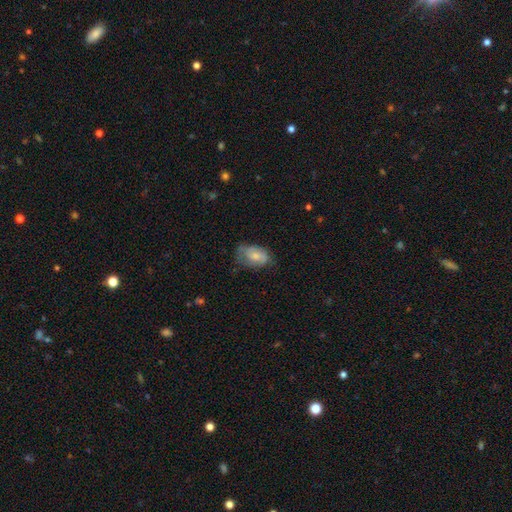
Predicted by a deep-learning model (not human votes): smooth_or_featured: smooth (p=0.64) [alt: featured or disk p=0.29]
how_rounded: in between (p=0.87) [alt: round p=0.11]
merging: none (p=0.48) [alt: minor disturbance p=0.34]